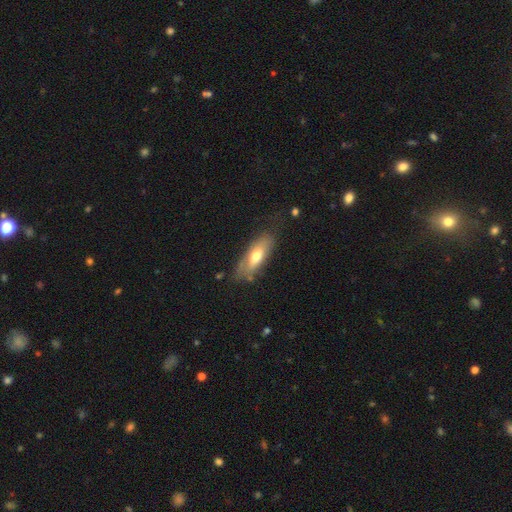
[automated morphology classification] The model was most divided on "smooth or featured": smooth: 63%, featured or disk: 31%, star or artifact: 6%. More confident: how rounded — in between (70%); merging — none (67%).